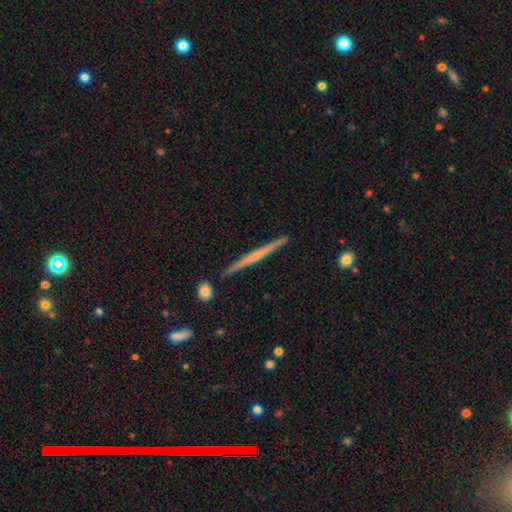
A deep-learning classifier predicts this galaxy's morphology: Smooth or featured: featured or disk — 59% (smooth — 36%)
Edge-on disk: yes — 98% (no — 2%)
Edge-on bulge: none — 76% (rounded — 16%)
Merging: none — 90% (minor disturbance — 7%)